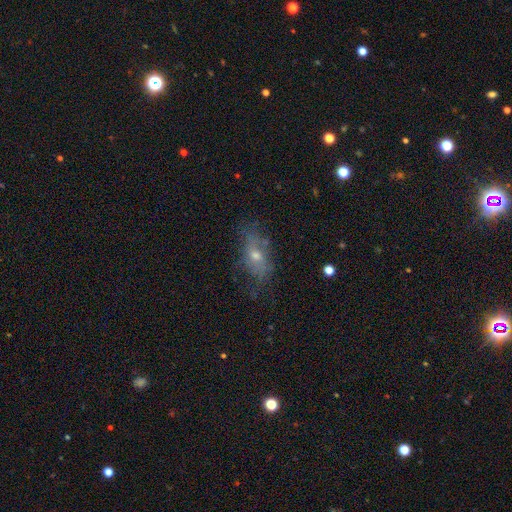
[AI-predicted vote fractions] Q: Smooth or featured?
A: smooth (46%); runner-up: featured or disk (40%)
Q: Merging?
A: none (57%); runner-up: minor disturbance (25%)